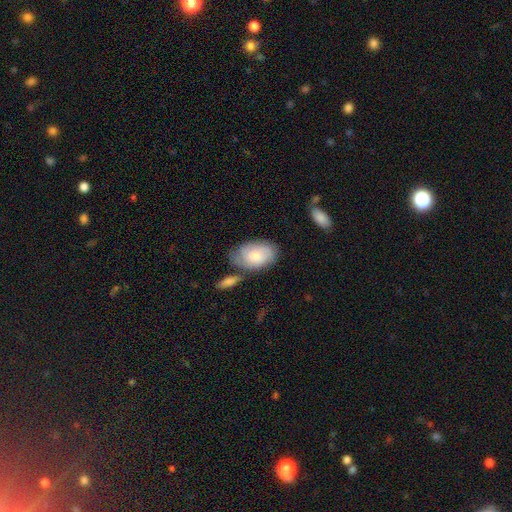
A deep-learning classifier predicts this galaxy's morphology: smooth_or_featured: smooth (p=0.65) [alt: featured or disk p=0.29]
how_rounded: in between (p=0.90) [alt: round p=0.08]
merging: none (p=0.59) [alt: minor disturbance p=0.21]